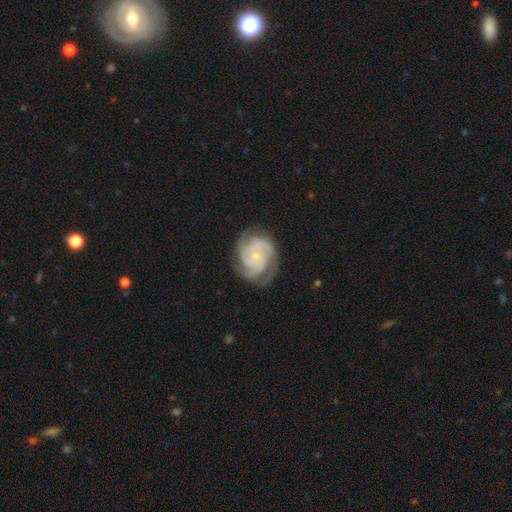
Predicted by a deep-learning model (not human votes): The model was most divided on "spiral winding": tight: 62%, medium: 34%, loose: 4%. More confident: spiral arms — yes (98%); edge-on disk — no (98%); smooth or featured — featured or disk (90%); bulge size — small (79%); merging — none (76%); bar — no (76%); spiral arm count — 3 (59%).